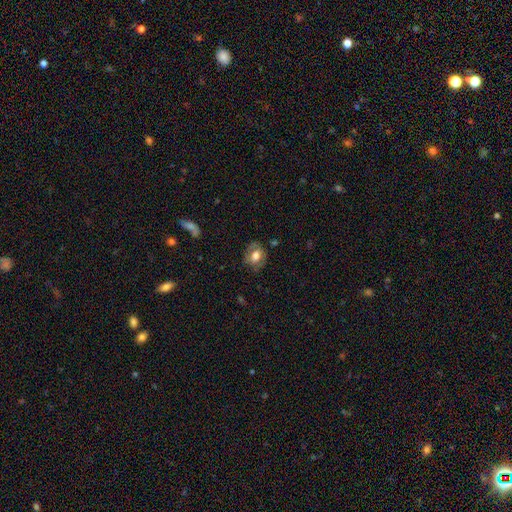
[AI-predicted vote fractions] Smooth or featured?
  - smooth: 62% *
  - featured or disk: 29%
  - star or artifact: 8%
How rounded?
  - round: 52% *
  - in between: 47%
  - cigar-shaped: 1%
Merging?
  - none: 74% *
  - minor disturbance: 19%
  - major disturbance: 6%
  - merger: 2%